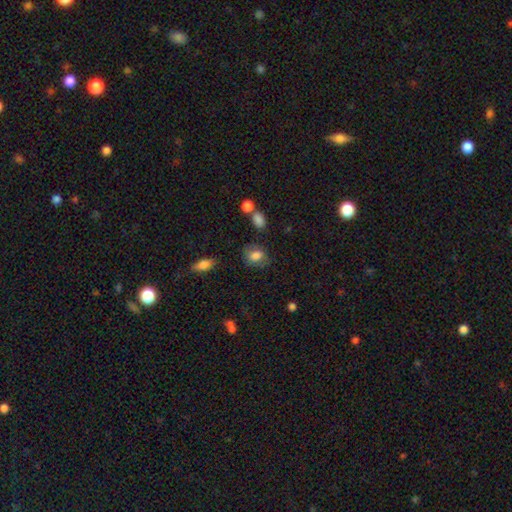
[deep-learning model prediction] smooth-or-featured: smooth: 75% | featured or disk: 17% | star or artifact: 9%
  how-rounded: in between: 57% | round: 42% | cigar-shaped: 1%
  merging: none: 68% | minor disturbance: 20% | major disturbance: 8% | merger: 4%